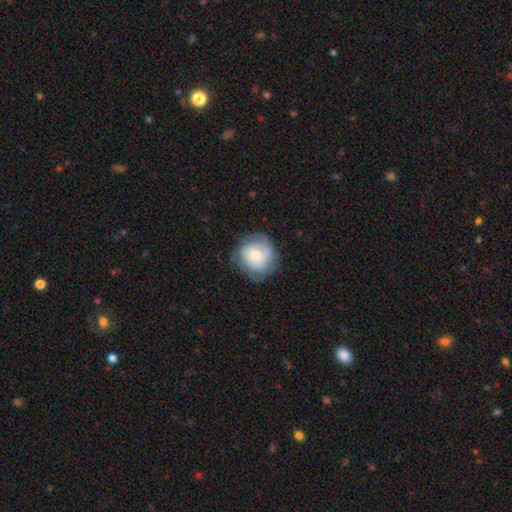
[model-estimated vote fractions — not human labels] This is possibly a featured or disk galaxy (56%). It is clearly not viewed edge-on (98%). Bar: likely no (73%). Spiral arm pattern: clearly yes (88%). Central bulge: possibly moderate (46%). Merging: likely none (74%).